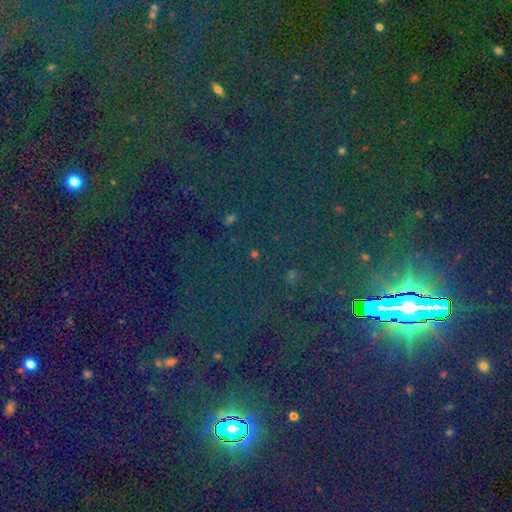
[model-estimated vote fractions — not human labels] A star or artifact, not a galaxy (82%).